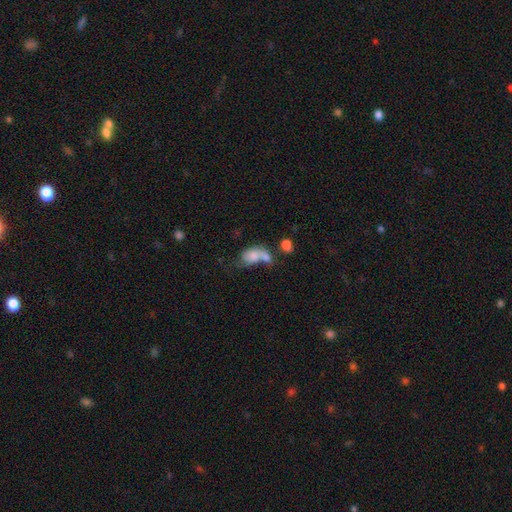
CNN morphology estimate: smooth_or_featured: smooth (p=0.67) [alt: featured or disk p=0.24]
how_rounded: in between (p=0.79) [alt: round p=0.19]
merging: merger (p=0.58) [alt: none p=0.16]